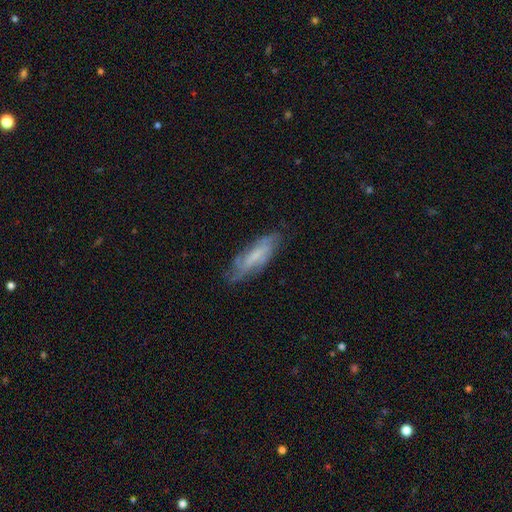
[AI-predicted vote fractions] smooth_or_featured: featured or disk (p=0.58) [alt: smooth p=0.35]
disk_edge_on: no (p=0.72) [alt: yes p=0.28]
merging: none (p=0.71) [alt: minor disturbance p=0.21]